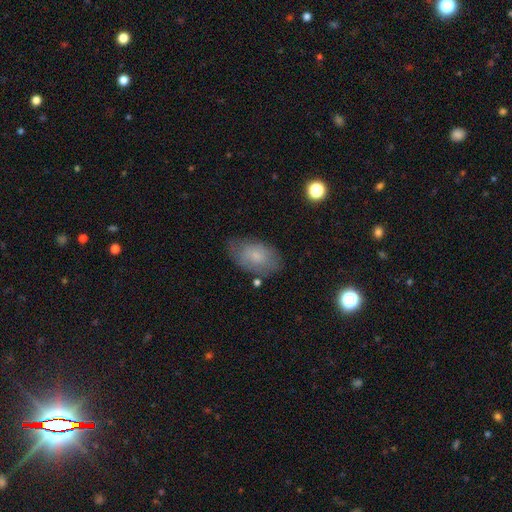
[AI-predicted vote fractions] The model was most divided on "merging": none: 68%, minor disturbance: 23%, major disturbance: 7%, merger: 2%. More confident: how rounded — in between (90%); smooth or featured — smooth (71%).